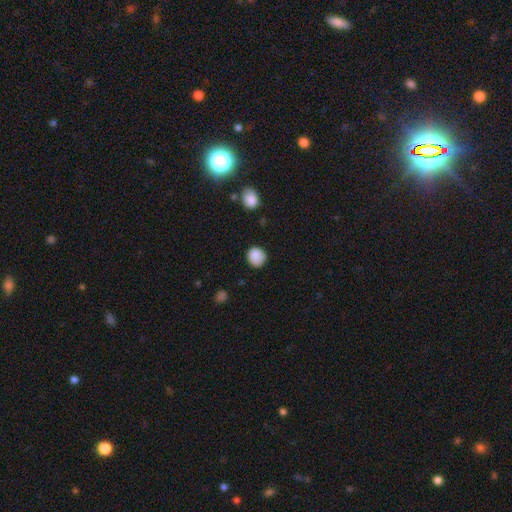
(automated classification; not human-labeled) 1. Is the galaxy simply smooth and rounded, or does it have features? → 87% smooth, 9% star or artifact, 5% featured or disk.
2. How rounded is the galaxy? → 88% round, 11% in between, 1% cigar-shaped.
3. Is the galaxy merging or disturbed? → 82% none, 13% minor disturbance, 3% major disturbance, 2% merger.